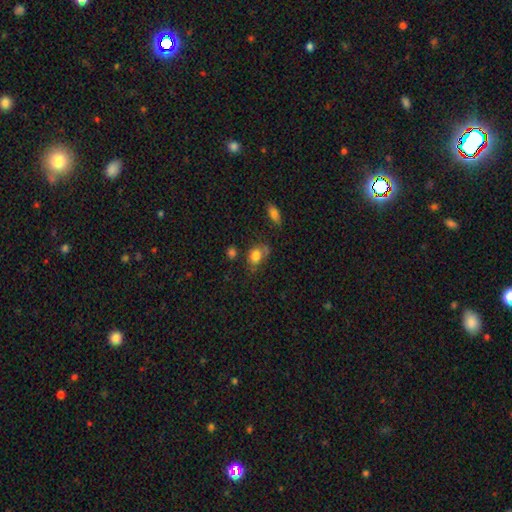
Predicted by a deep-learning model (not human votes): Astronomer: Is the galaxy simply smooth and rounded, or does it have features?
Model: smooth — 80%.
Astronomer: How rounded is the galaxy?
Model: in between — 66%.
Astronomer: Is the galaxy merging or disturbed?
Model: none — 53%.